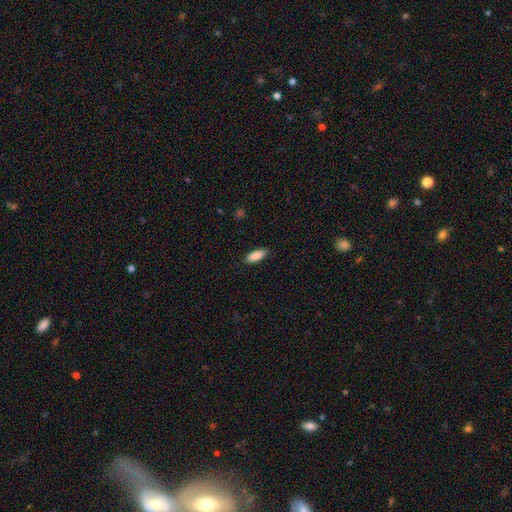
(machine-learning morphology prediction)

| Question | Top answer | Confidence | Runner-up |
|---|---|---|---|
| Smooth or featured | smooth | 89% | star or artifact (6%) |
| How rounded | in between | 75% | cigar-shaped (23%) |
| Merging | none | 88% | minor disturbance (9%) |